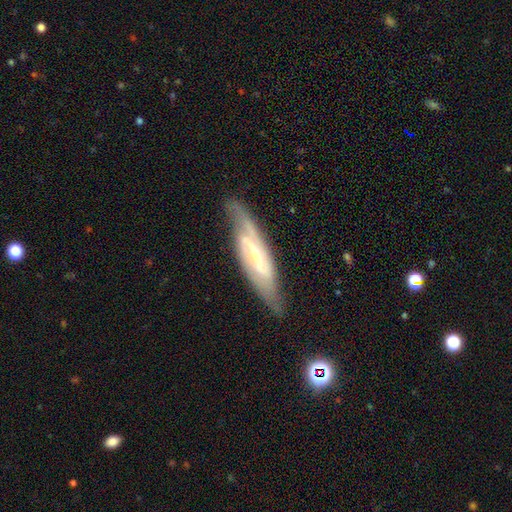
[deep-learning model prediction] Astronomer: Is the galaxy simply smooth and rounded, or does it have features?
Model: featured or disk — 84%.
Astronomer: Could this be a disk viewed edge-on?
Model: no — 81%.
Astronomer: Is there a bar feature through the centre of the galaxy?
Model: strong — 43% (runner-up: weak, 37%).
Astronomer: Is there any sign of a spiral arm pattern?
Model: yes — 94%.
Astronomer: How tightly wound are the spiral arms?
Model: medium — 47% (runner-up: tight, 27%).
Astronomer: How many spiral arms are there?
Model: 2 — 82%.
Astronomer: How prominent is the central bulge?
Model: small — 69%.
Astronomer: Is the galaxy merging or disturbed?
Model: none — 76%.